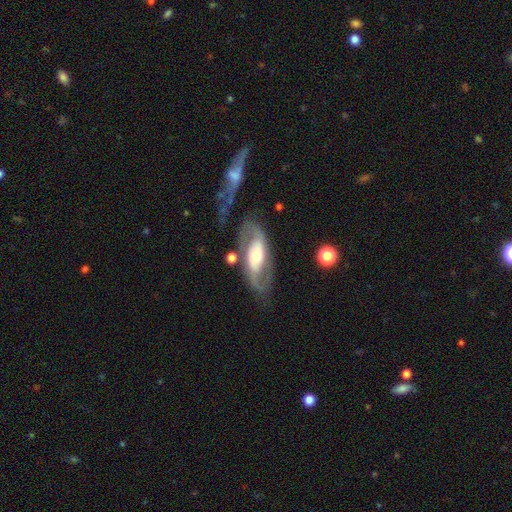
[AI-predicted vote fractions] A featured or disk galaxy (79%) with no bar (49%), 2 (84%) medium (45%) spiral arms (86%) and a moderate central bulge (58%).

Vote fractions:
- Smooth or featured? featured or disk: 79% / smooth: 15% / star or artifact: 5%
- Edge-on disk? no: 92% / yes: 8%
- Bar? no: 49% / weak: 29% / strong: 22%
- Spiral arms? yes: 86% / no: 14%
- Spiral winding? medium: 45% / tight: 28% / loose: 27%
- Spiral arm count? 2: 84% / can't tell: 9% / 1: 3% / 3: 1% / 4: 1% / more than 4: 1%
- Bulge size? moderate: 58% / small: 28% / large: 11% / dominant: 2% / none: 1%
- Merging? none: 65% / minor disturbance: 16% / major disturbance: 13% / merger: 5%